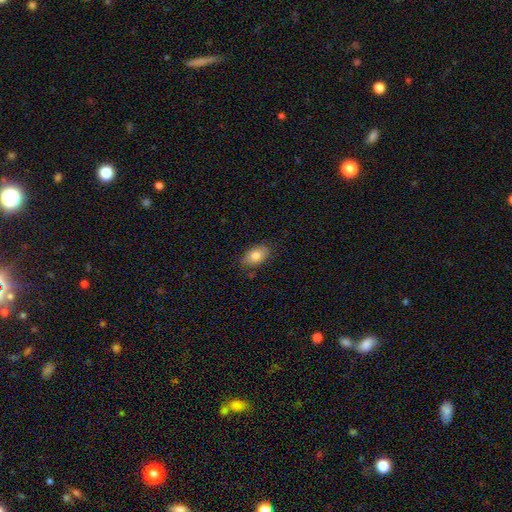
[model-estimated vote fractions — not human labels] Q: Smooth or featured?
A: smooth (81%); runner-up: featured or disk (11%)
Q: How rounded?
A: in between (89%); runner-up: round (9%)
Q: Merging?
A: none (80%); runner-up: minor disturbance (15%)